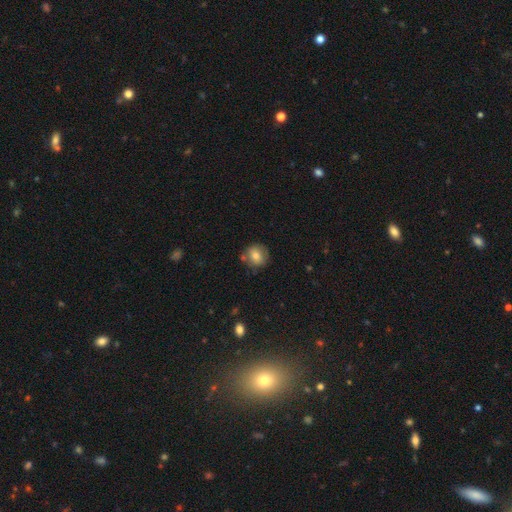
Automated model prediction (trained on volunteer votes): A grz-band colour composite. It shows a smooth galaxy with no disk features (77%) that is round (83%). Merging: none (75%).